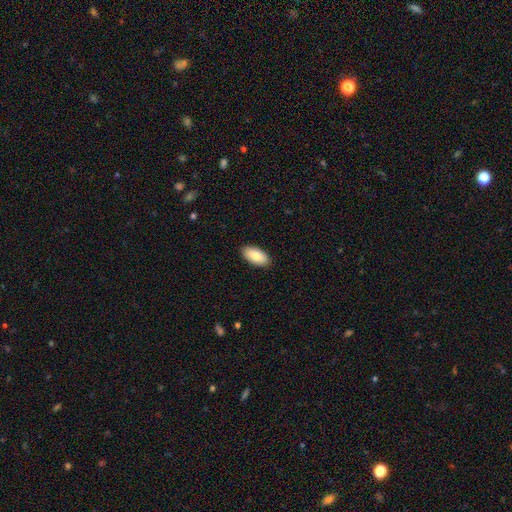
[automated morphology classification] Overall: smooth (81%). How rounded: in between (93%). Merging: none (90%).